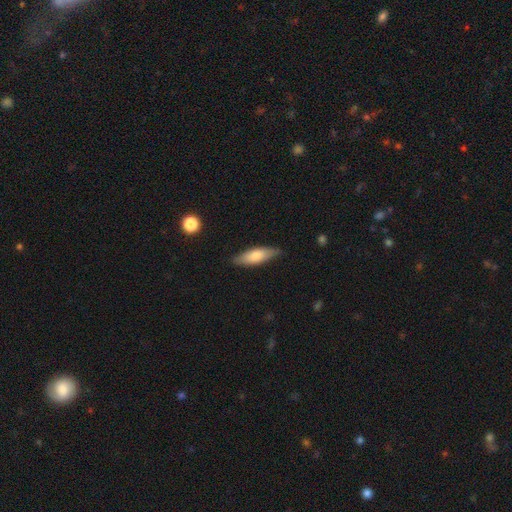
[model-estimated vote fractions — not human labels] smooth_or_featured: smooth (p=0.73) [alt: featured or disk p=0.21]
how_rounded: in between (p=0.53) [alt: cigar-shaped p=0.45]
merging: none (p=0.81) [alt: minor disturbance p=0.15]